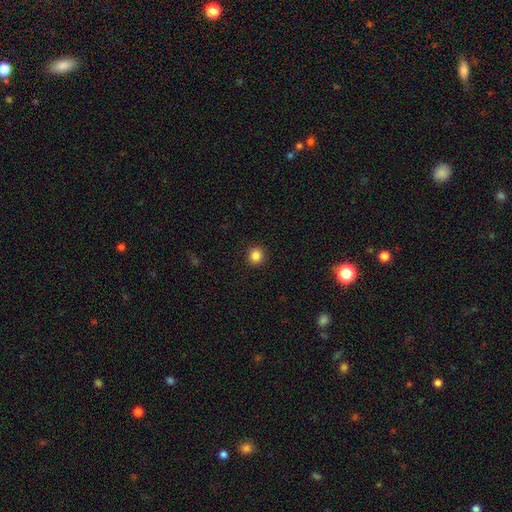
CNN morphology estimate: Smooth or featured? Predicted: smooth (p=0.86). How rounded? Predicted: round (p=0.91). Merging? Predicted: none (p=0.92).